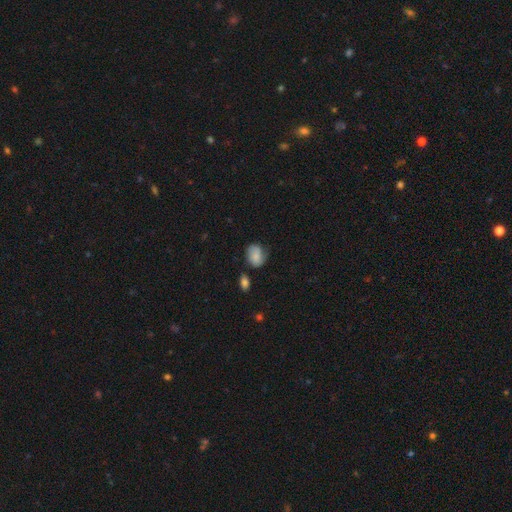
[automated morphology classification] smooth-or-featured: smooth: 70% | featured or disk: 21% | star or artifact: 8%
  how-rounded: in between: 51% | round: 48% | cigar-shaped: 1%
  merging: none: 58% | minor disturbance: 28% | major disturbance: 8% | merger: 5%